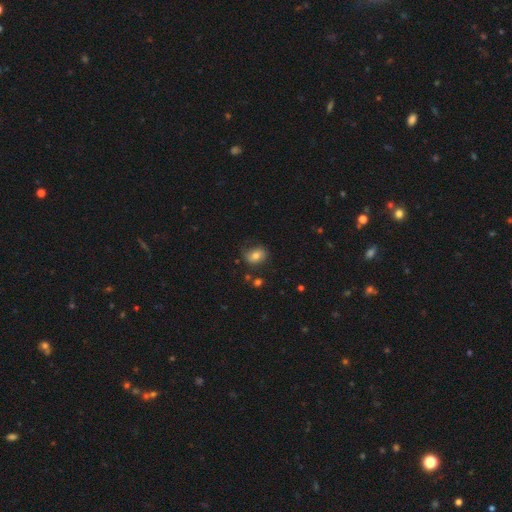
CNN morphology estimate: A smooth galaxy with no disk features (73%) that is in between round and cigar-shaped (66%). Merging: none (67%).